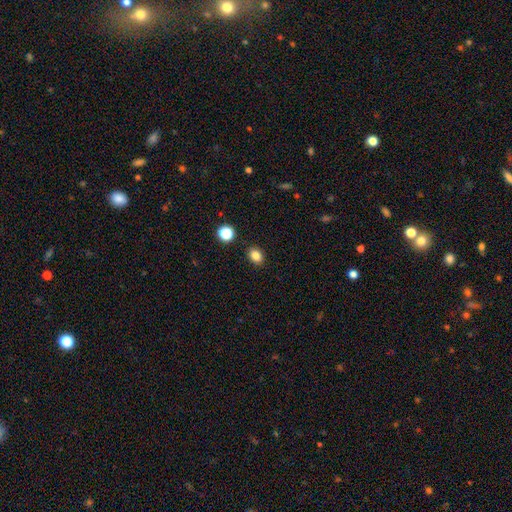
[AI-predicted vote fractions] This is clearly a smooth galaxy (83%). How rounded: possibly in between (56%). Merging: clearly none (88%).